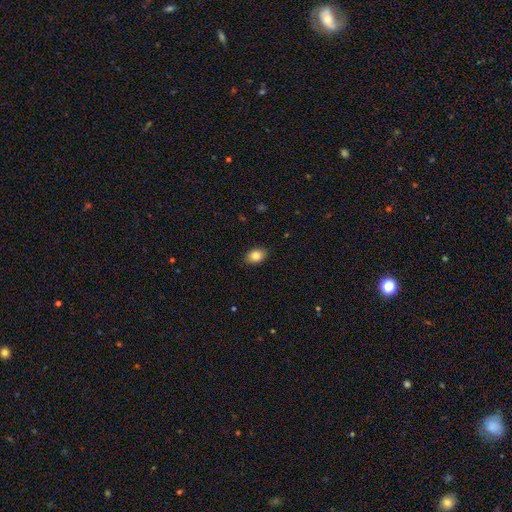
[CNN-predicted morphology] This appears to be a smooth galaxy with no disk features (84%) that is in between round and cigar-shaped (74%). Merging: none (87%).